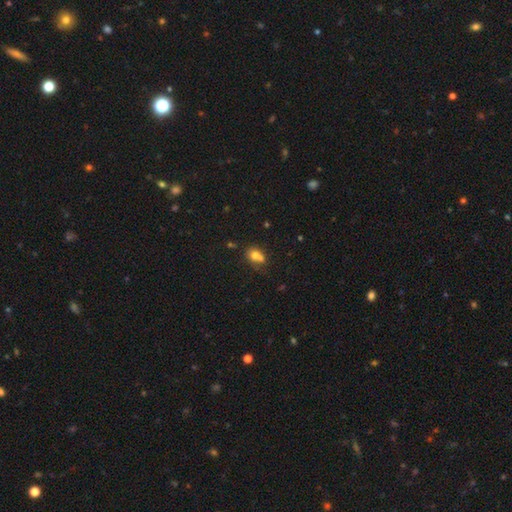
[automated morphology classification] Smooth or featured? Predicted: smooth (p=0.73). How rounded? Predicted: in between (p=0.53). Merging? Predicted: none (p=0.39).